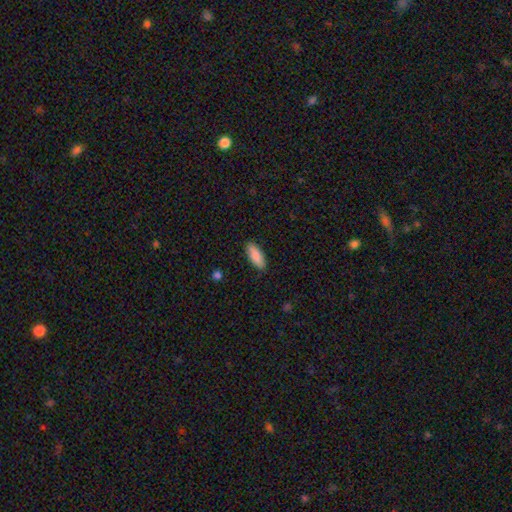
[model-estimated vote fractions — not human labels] A smooth galaxy with no disk features (90%) that is in between round and cigar-shaped (75%).

Vote fractions:
- Smooth or featured? smooth: 90% / star or artifact: 6% / featured or disk: 4%
- How rounded? in between: 75% / cigar-shaped: 24% / round: 2%
- Merging? none: 88% / minor disturbance: 9% / major disturbance: 2% / merger: 1%